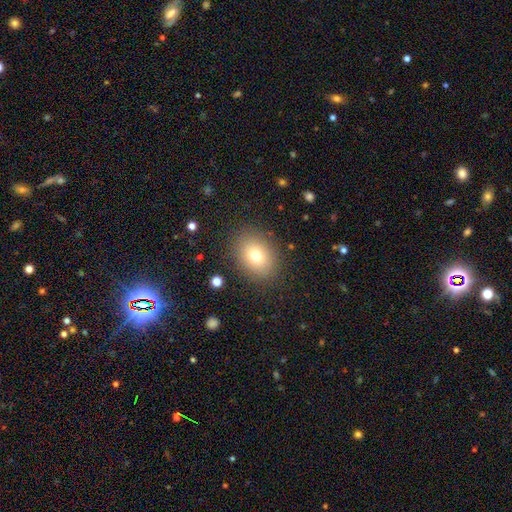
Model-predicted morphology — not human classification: A smooth galaxy with no disk features (73%) that is in between round and cigar-shaped (51%).

Vote fractions:
- Smooth or featured? smooth: 73% / featured or disk: 13% / star or artifact: 13%
- How rounded? in between: 51% / round: 48% / cigar-shaped: 1%
- Merging? none: 85% / minor disturbance: 9% / major disturbance: 4% / merger: 1%